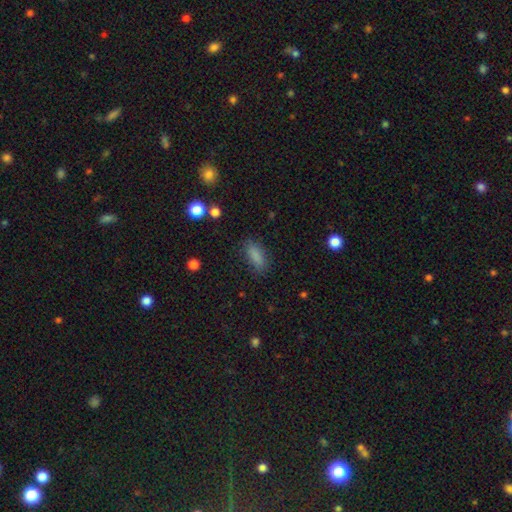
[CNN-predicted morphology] Smooth or featured?
  - smooth: 84% *
  - star or artifact: 10%
  - featured or disk: 6%
How rounded?
  - in between: 75% *
  - cigar-shaped: 21%
  - round: 3%
Merging?
  - none: 81% *
  - minor disturbance: 13%
  - major disturbance: 4%
  - merger: 2%